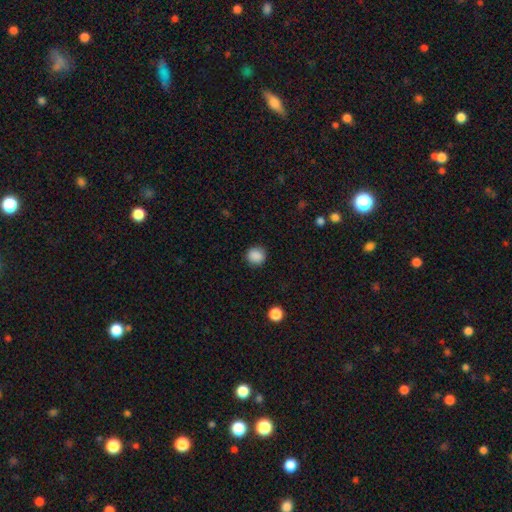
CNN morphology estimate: This is clearly a smooth galaxy (88%). How rounded: clearly round (92%). Merging: clearly none (90%).